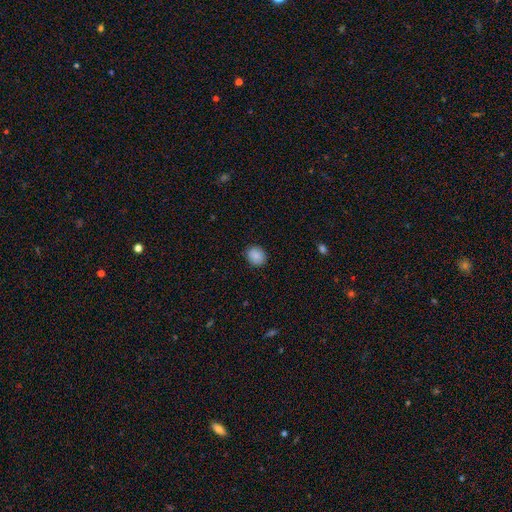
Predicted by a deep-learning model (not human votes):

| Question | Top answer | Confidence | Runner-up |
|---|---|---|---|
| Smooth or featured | smooth | 88% | star or artifact (8%) |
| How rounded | round | 69% | in between (31%) |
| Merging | none | 88% | minor disturbance (9%) |